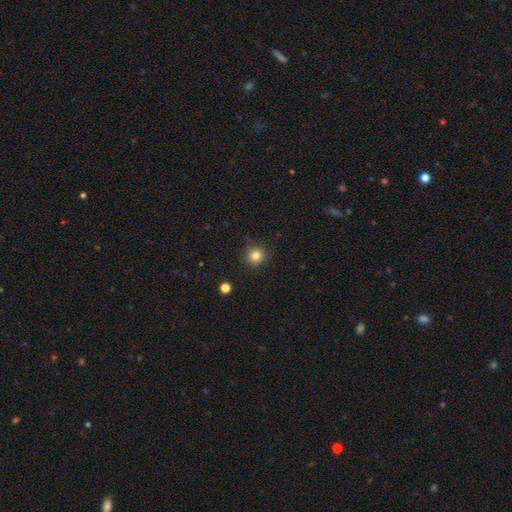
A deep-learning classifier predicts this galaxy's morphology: type=smooth (82%); roundness=round (92%); merging=none (86%).